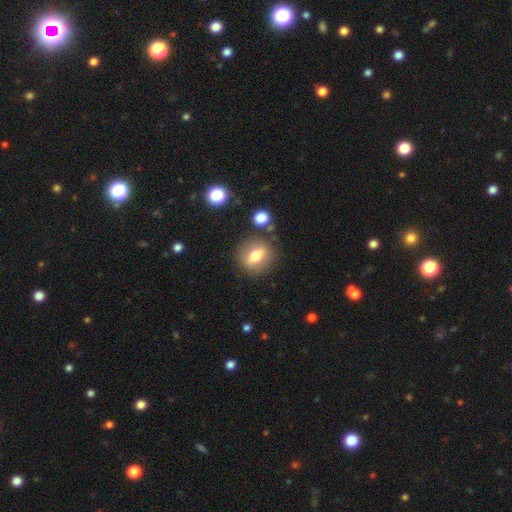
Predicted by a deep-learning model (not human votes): smooth 62%, featured or disk 29%, star or artifact 9%. Down the decision tree: how rounded — round (64%); merging — none (83%).